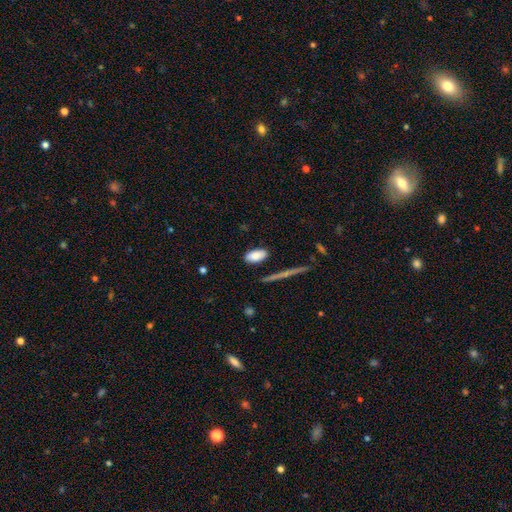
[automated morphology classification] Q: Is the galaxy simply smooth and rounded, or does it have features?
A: smooth — 85%.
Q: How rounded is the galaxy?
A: in between — 91%.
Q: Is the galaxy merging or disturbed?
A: none — 83%.